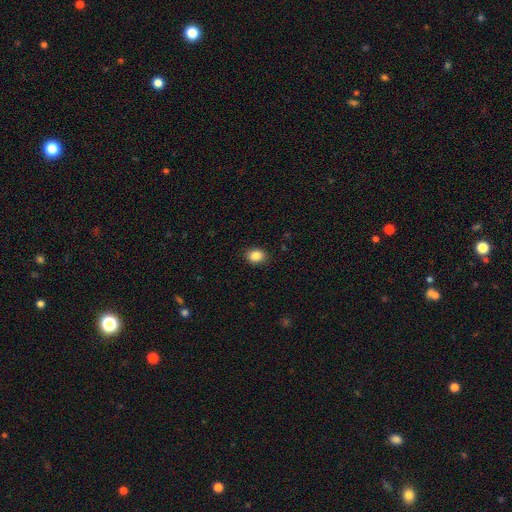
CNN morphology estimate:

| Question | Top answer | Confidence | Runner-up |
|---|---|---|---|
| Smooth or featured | smooth | 86% | star or artifact (9%) |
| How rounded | in between | 57% | round (42%) |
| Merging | none | 89% | minor disturbance (8%) |